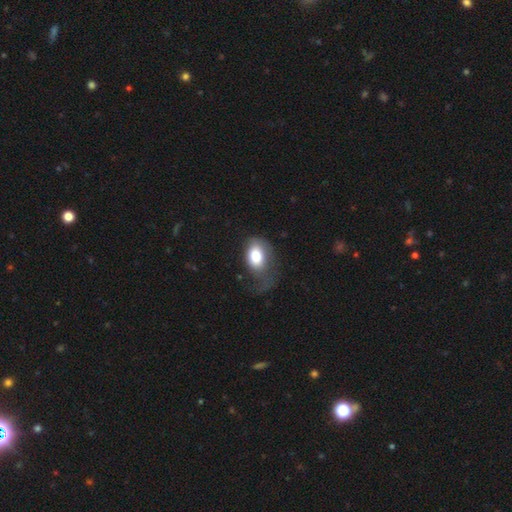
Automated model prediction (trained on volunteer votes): Q: Smooth or featured?
A: smooth (75%); runner-up: featured or disk (17%)
Q: How rounded?
A: in between (80%); runner-up: round (19%)
Q: Merging?
A: major disturbance (37%); runner-up: none (32%)